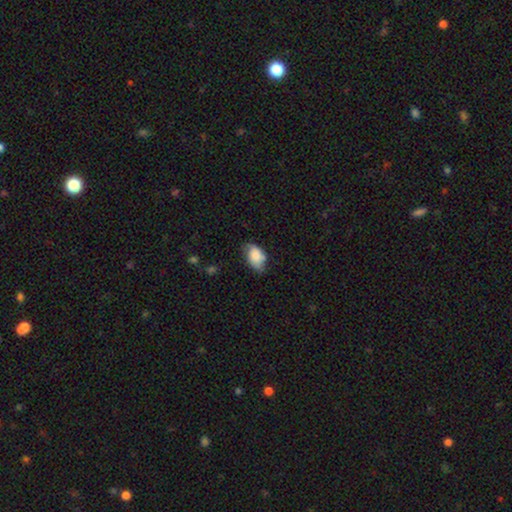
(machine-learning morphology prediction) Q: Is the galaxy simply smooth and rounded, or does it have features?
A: smooth — 78%.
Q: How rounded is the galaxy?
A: in between — 91%.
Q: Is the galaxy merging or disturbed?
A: none — 53%.